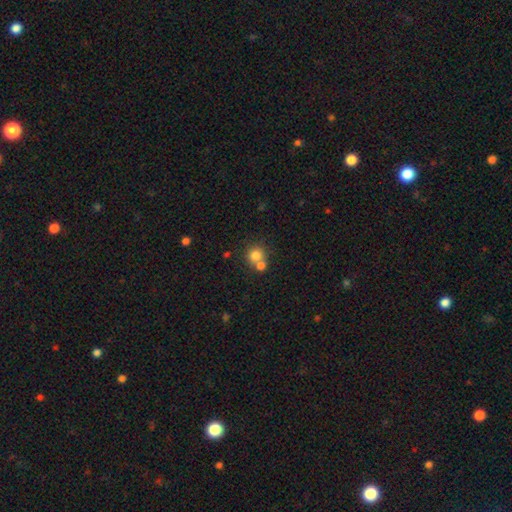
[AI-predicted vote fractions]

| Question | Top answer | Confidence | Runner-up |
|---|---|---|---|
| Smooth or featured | smooth | 79% | star or artifact (12%) |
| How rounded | round | 88% | in between (11%) |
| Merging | none | 50% | merger (41%) |